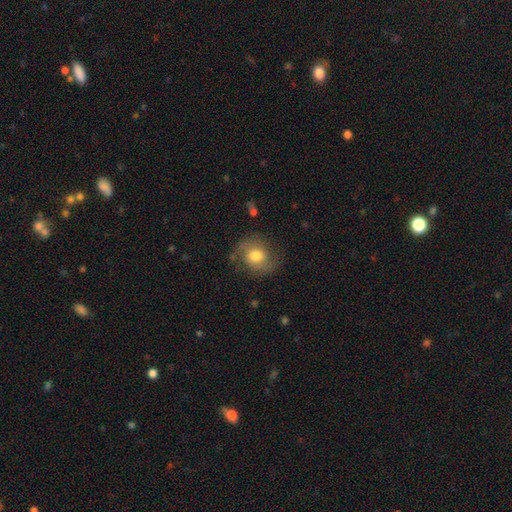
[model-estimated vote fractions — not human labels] smooth-or-featured: featured or disk: 52% | smooth: 40% | star or artifact: 9%
  disk-edge-on: no: 97% | yes: 3%
  merging: none: 73% | minor disturbance: 17% | major disturbance: 8% | merger: 2%